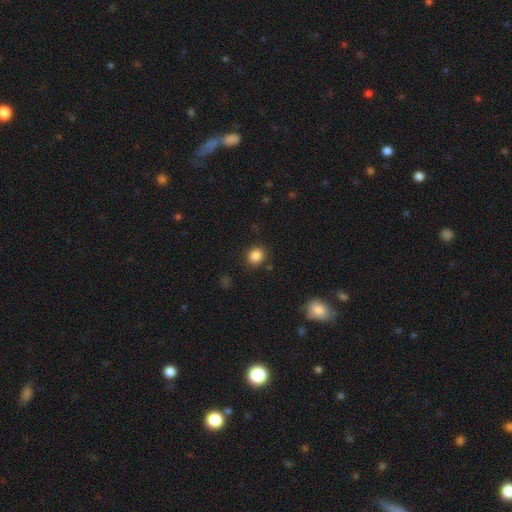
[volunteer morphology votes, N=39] smooth 92%, star or artifact 5%, featured or disk 3%. Down the decision tree: how rounded — round (86%); merging — none (78%).